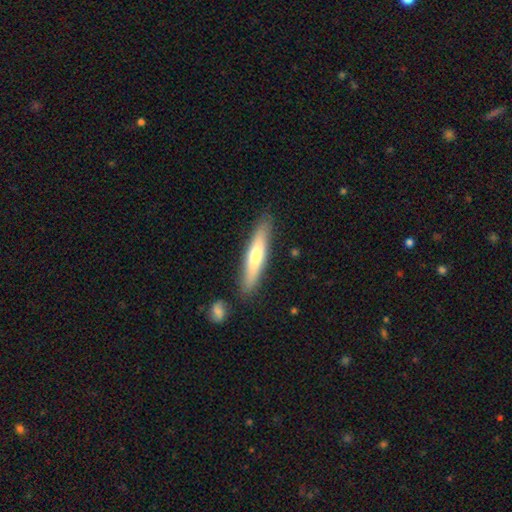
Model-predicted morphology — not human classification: This is possibly a smooth galaxy (59%). How rounded: clearly cigar-shaped (87%). Merging: clearly none (85%).